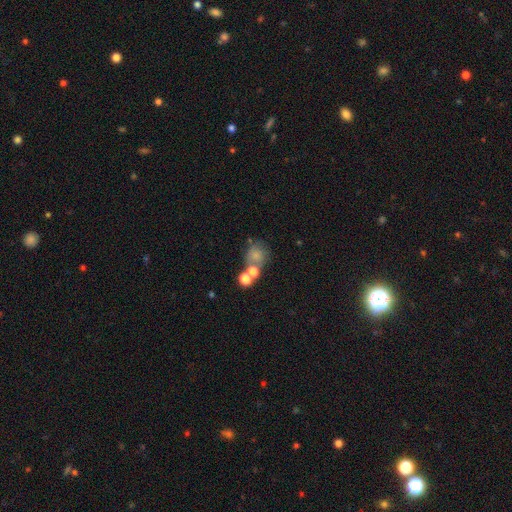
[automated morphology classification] Smooth or featured? smooth (66%)
How rounded? round (68%)
Merging? none (41%)